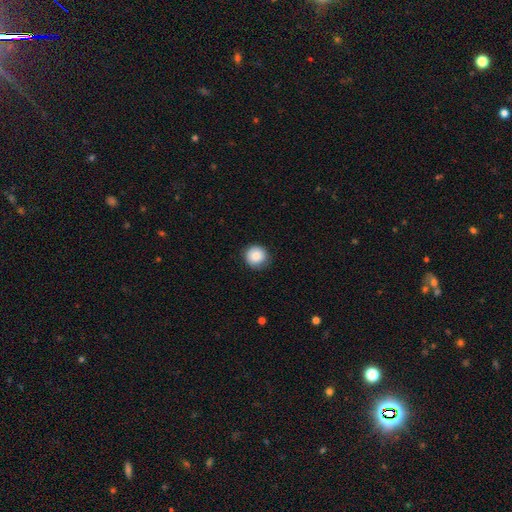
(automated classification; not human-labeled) This is clearly a smooth galaxy (85%). How rounded: clearly round (92%). Merging: clearly none (83%).